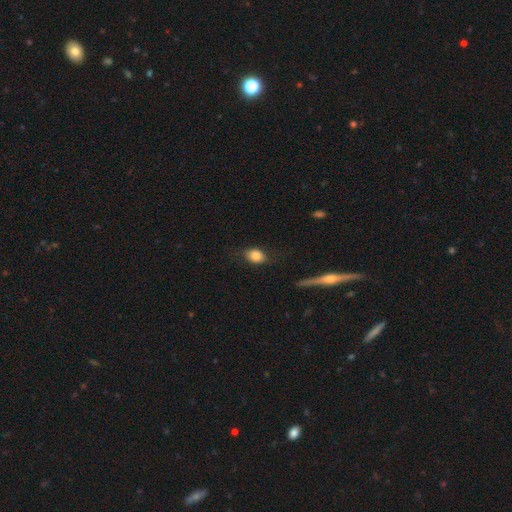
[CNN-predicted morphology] Smooth or featured: smooth — 82% (featured or disk — 10%)
How rounded: in between — 66% (round — 31%)
Merging: none — 76% (minor disturbance — 16%)